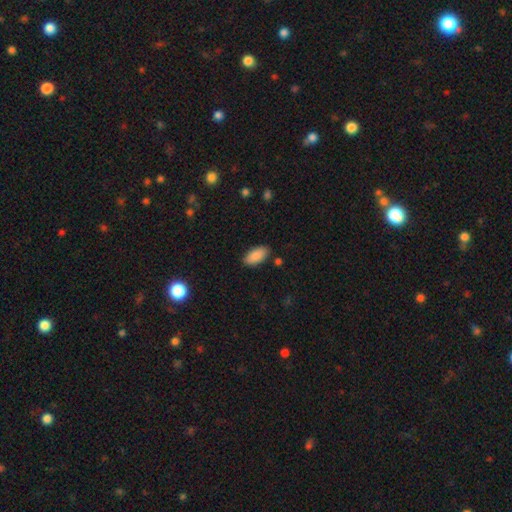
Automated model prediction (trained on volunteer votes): Smooth or featured? Predicted: smooth (p=0.89). How rounded? Predicted: in between (p=0.93). Merging? Predicted: none (p=0.86).